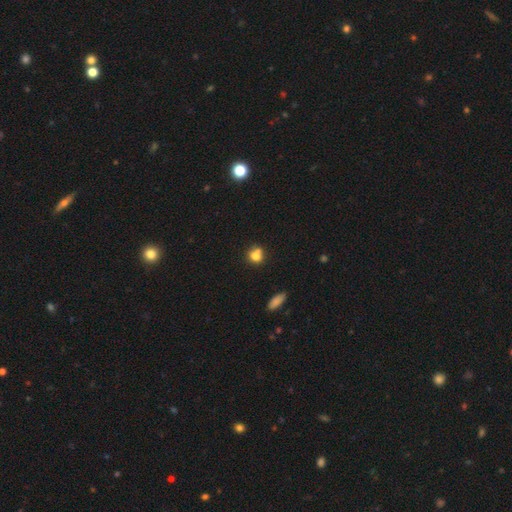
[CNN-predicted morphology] smooth 74%, featured or disk 14%, star or artifact 12%. Down the decision tree: how rounded — round (76%); merging — none (49%).